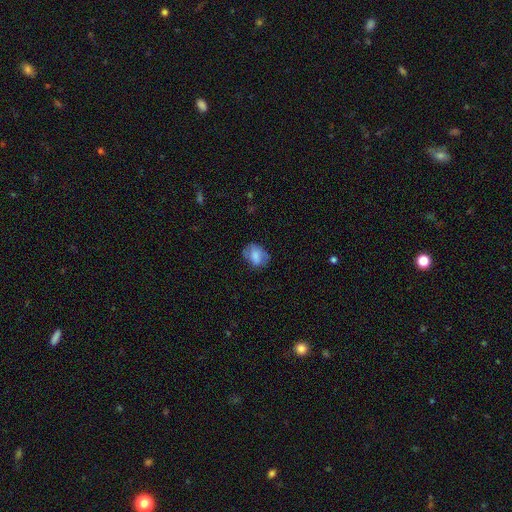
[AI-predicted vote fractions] smooth-or-featured: smooth: 71% | featured or disk: 20% | star or artifact: 9%
  how-rounded: in between: 68% | round: 31% | cigar-shaped: 1%
  merging: none: 59% | minor disturbance: 27% | major disturbance: 11% | merger: 2%